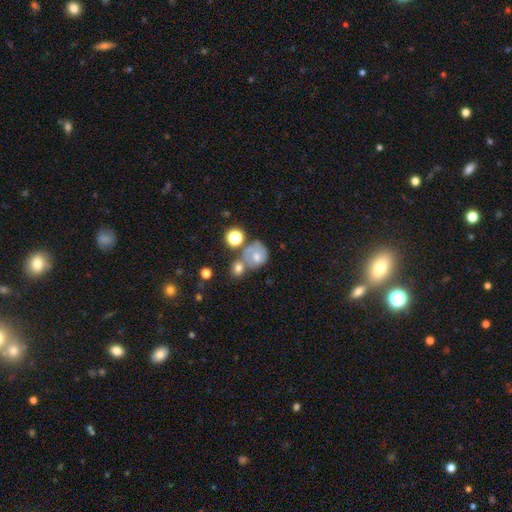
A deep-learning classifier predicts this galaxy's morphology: Smooth or featured? smooth (54%)
How rounded? round (73%)
Merging? merger (37%)